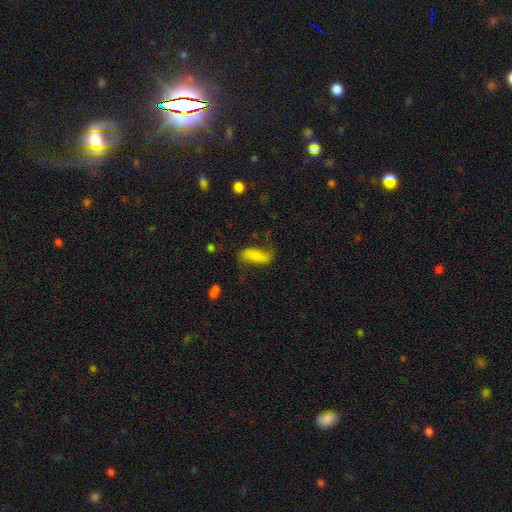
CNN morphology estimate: smooth-or-featured: smooth: 60% | featured or disk: 31% | star or artifact: 9%
  how-rounded: in between: 68% | cigar-shaped: 28% | round: 4%
  merging: none: 58% | minor disturbance: 24% | major disturbance: 15% | merger: 3%